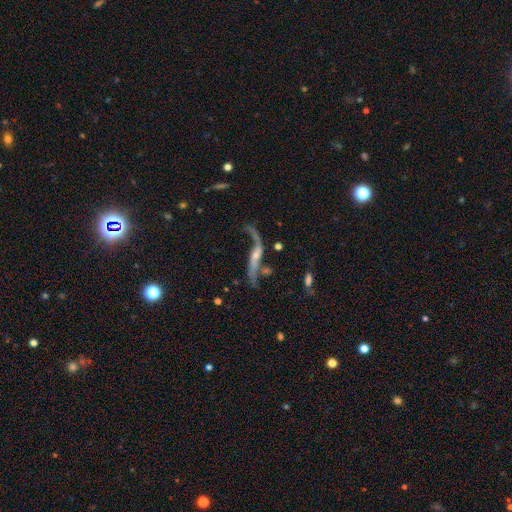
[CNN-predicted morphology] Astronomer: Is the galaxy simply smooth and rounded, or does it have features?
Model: featured or disk — 78%.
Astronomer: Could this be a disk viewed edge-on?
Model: no — 76%.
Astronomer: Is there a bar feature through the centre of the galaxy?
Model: no — 52% (runner-up: weak, 30%).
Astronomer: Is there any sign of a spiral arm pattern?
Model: yes — 84%.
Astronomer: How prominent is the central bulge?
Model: small — 50% (runner-up: moderate, 30%).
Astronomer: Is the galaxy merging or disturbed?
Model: none — 38% (runner-up: major disturbance, 26%).